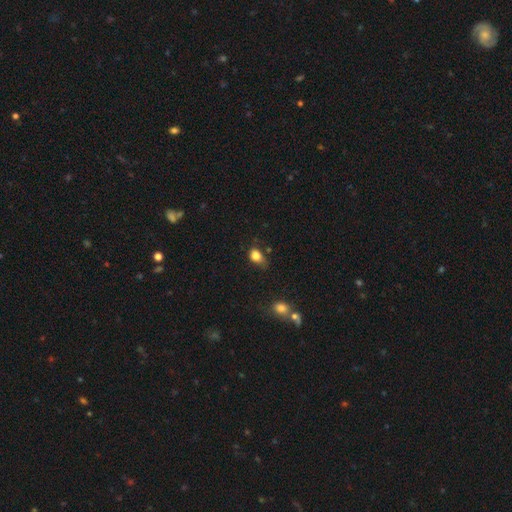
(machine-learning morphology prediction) The model was most divided on "merging": none: 46%, minor disturbance: 36%, major disturbance: 13%, merger: 5%. More confident: smooth or featured — smooth (83%); how rounded — in between (68%).